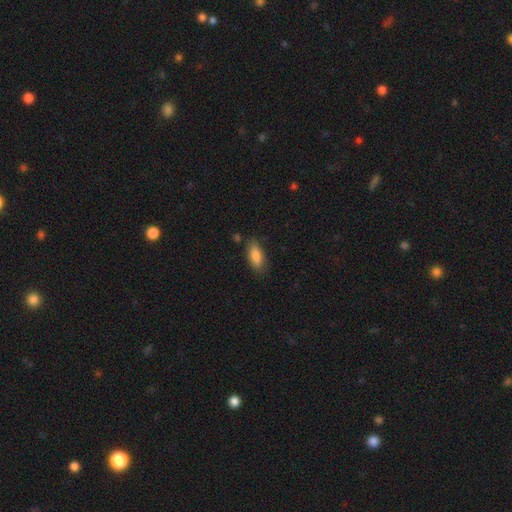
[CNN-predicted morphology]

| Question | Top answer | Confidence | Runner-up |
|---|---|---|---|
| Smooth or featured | smooth | 84% | featured or disk (10%) |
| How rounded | in between | 73% | cigar-shaped (25%) |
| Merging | none | 78% | minor disturbance (16%) |